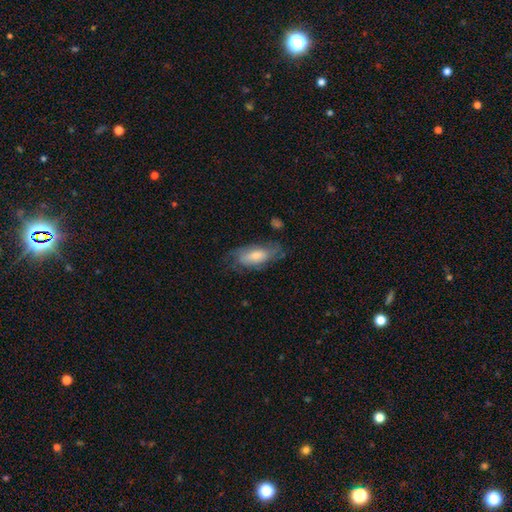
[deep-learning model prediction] This appears to be a smooth galaxy with no disk features (55%) that is in between round and cigar-shaped (83%). Merging: none (56%).